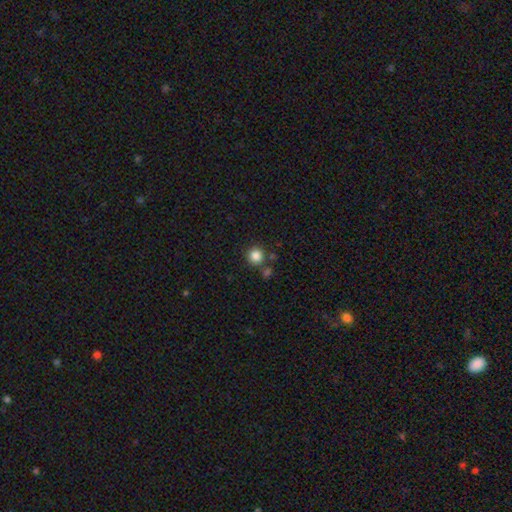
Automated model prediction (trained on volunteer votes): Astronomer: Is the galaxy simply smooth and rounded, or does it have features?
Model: smooth — 85%.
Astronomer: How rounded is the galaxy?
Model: round — 94%.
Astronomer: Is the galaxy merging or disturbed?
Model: none — 79%.